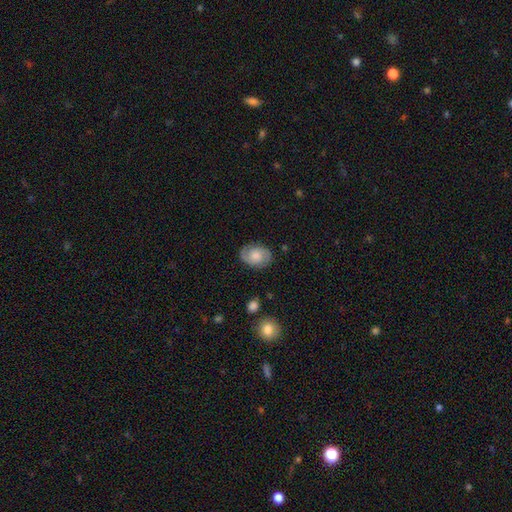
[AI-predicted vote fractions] A featured or disk galaxy (47%). Merging: none (79%).